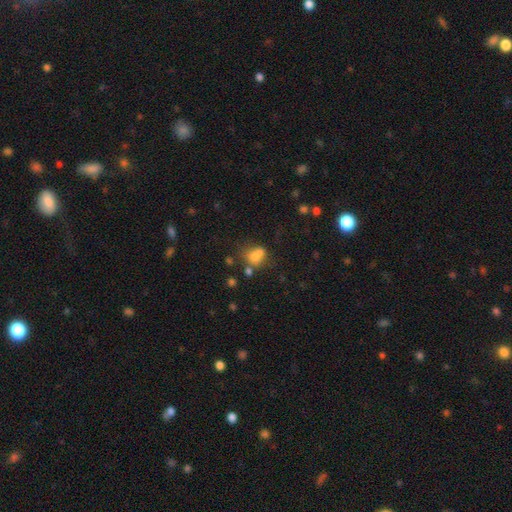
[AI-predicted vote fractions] Q: Smooth or featured?
A: smooth (69%); runner-up: featured or disk (16%)
Q: How rounded?
A: round (54%); runner-up: in between (45%)
Q: Merging?
A: merger (39%); runner-up: none (35%)